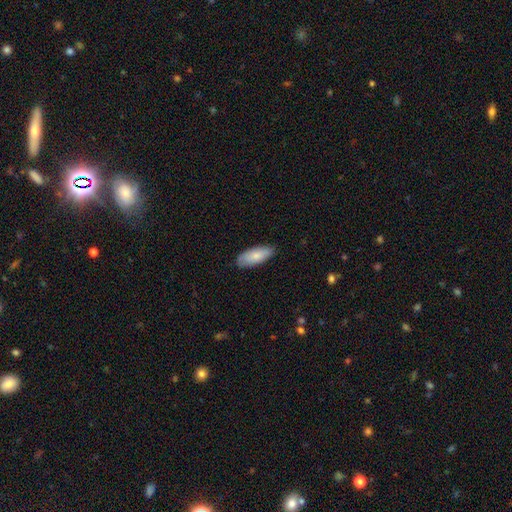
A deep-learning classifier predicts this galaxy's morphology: type=smooth (82%); roundness=in between (82%); merging=none (84%).